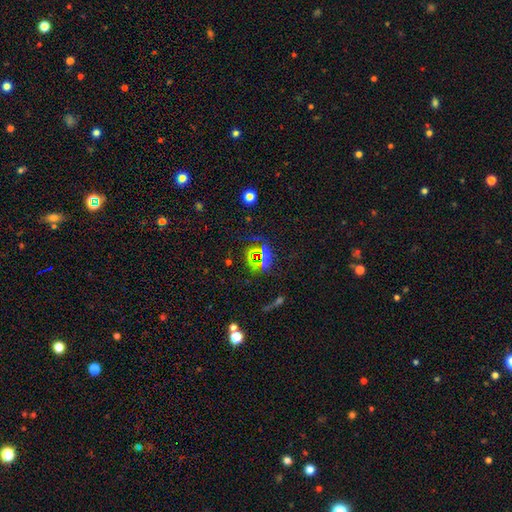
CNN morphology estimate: star or artifact 69%, smooth 21%, featured or disk 11%.